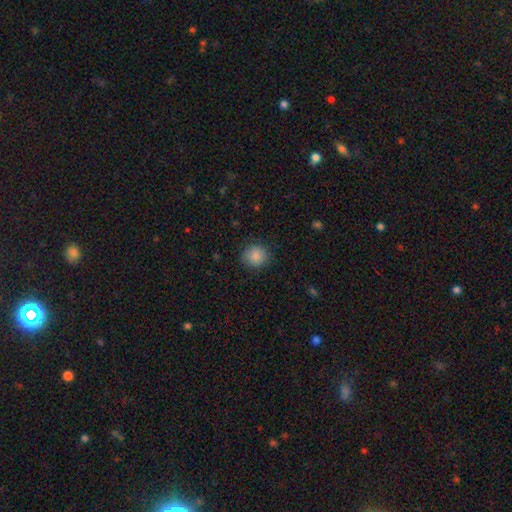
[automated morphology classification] Smooth or featured? smooth (87%)
How rounded? round (87%)
Merging? none (87%)